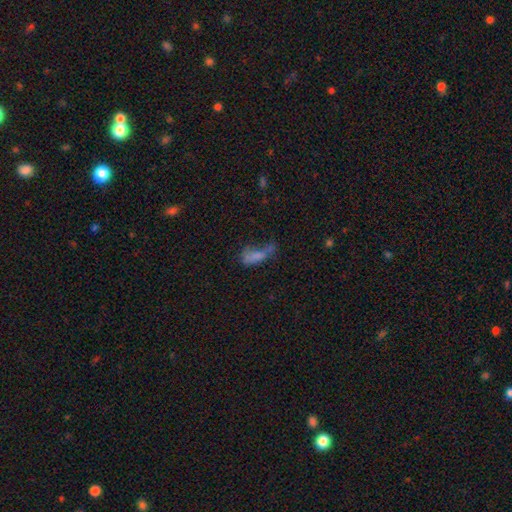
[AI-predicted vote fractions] This appears to be a smooth galaxy with no disk features (60%) that is in between round and cigar-shaped (71%). Merging: major disturbance (39%).